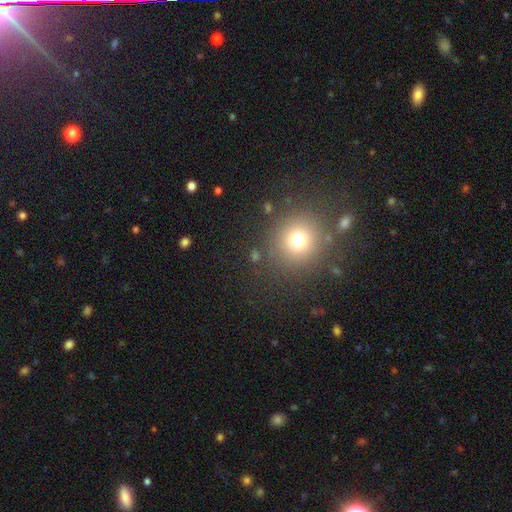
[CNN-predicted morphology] The model was most divided on "smooth or featured": smooth: 68%, star or artifact: 23%, featured or disk: 8%. More confident: how rounded — round (89%); merging — none (84%).